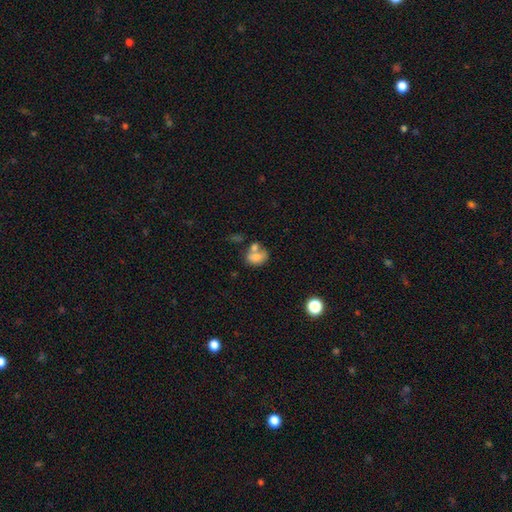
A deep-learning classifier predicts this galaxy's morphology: Smooth or featured? Predicted: smooth (p=0.74). How rounded? Predicted: in between (p=0.76). Merging? Predicted: merger (p=0.48).